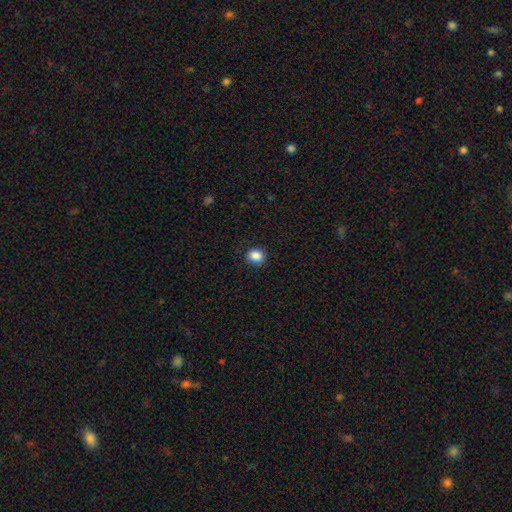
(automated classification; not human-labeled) This appears to be a smooth galaxy with no disk features (87%) that is round (74%). Merging: none (88%).